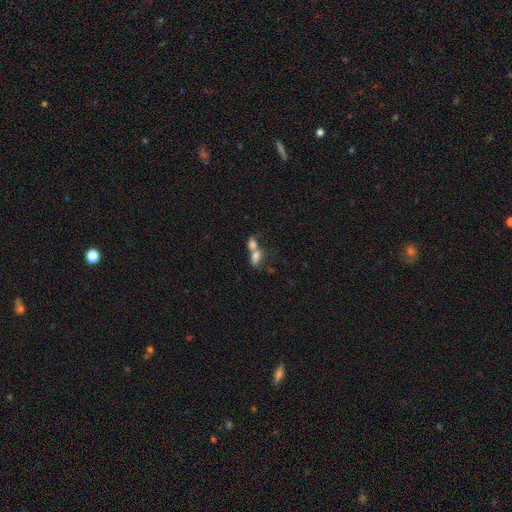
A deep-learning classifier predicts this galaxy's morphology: type=smooth (72%); roundness=in between (77%); merging=merger (69%).